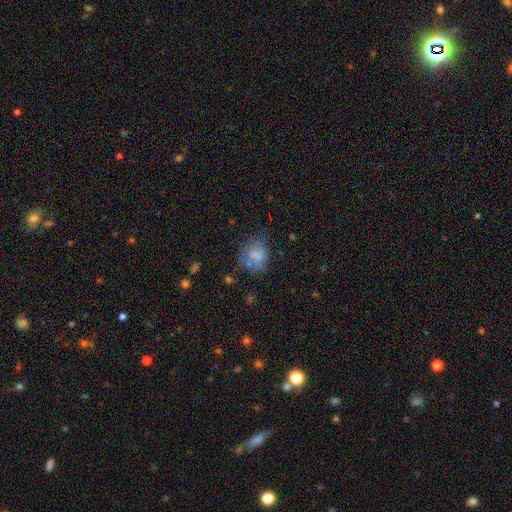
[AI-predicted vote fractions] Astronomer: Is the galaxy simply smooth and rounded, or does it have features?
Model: smooth — 71%.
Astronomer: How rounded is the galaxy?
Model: round — 58% (runner-up: in between, 41%).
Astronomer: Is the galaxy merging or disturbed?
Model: none — 50% (runner-up: minor disturbance, 27%).